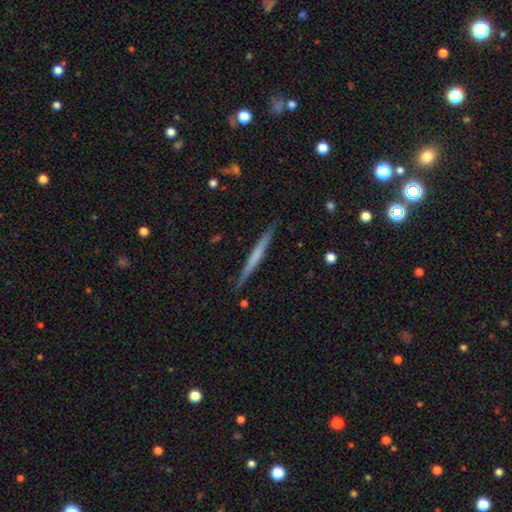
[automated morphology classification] Overall: featured or disk (51%; smooth 43%). Edge-on disk: yes (98%). Edge-on bulge: none (78%). Merging: none (90%).